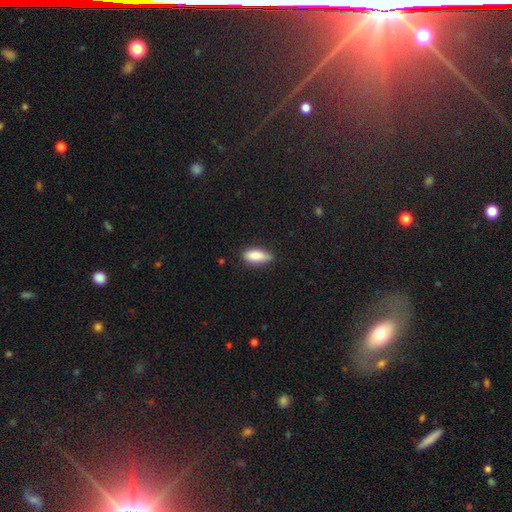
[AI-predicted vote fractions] Overall: smooth (86%). How rounded: in between (83%). Merging: none (72%).